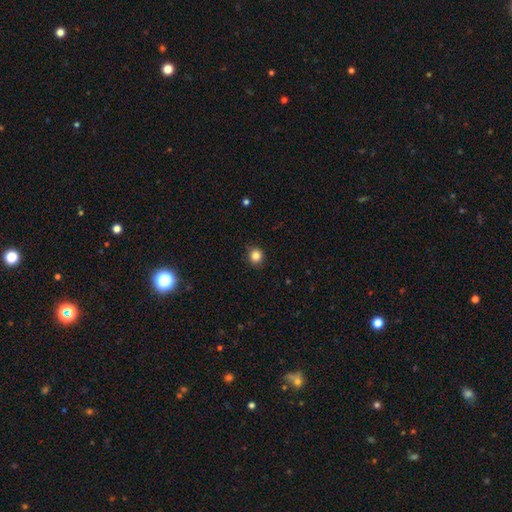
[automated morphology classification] smooth 84%, star or artifact 11%, featured or disk 4%. Down the decision tree: how rounded — round (90%); merging — none (88%).